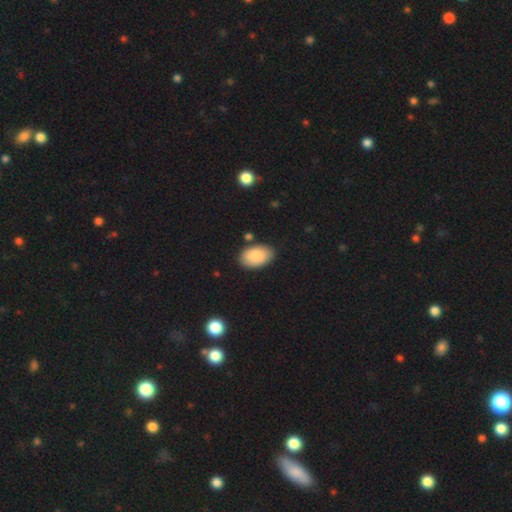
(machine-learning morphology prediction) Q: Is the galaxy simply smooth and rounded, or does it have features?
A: smooth — 88%.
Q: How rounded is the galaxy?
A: in between — 94%.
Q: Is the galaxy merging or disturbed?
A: none — 81%.